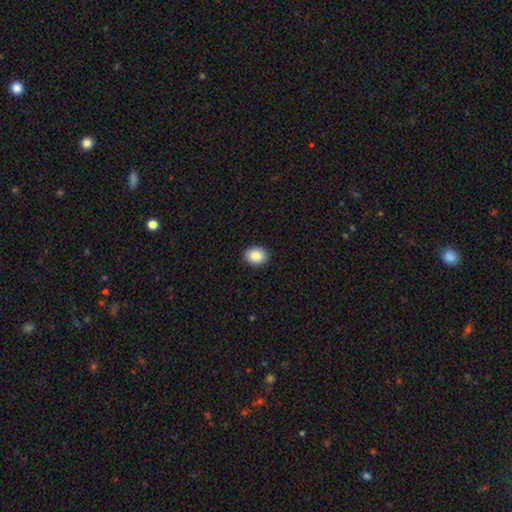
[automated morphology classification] smooth-or-featured: smooth: 87% | star or artifact: 8% | featured or disk: 5%
  how-rounded: in between: 51% | round: 49% | cigar-shaped: 1%
  merging: none: 91% | minor disturbance: 6% | major disturbance: 2% | merger: 1%